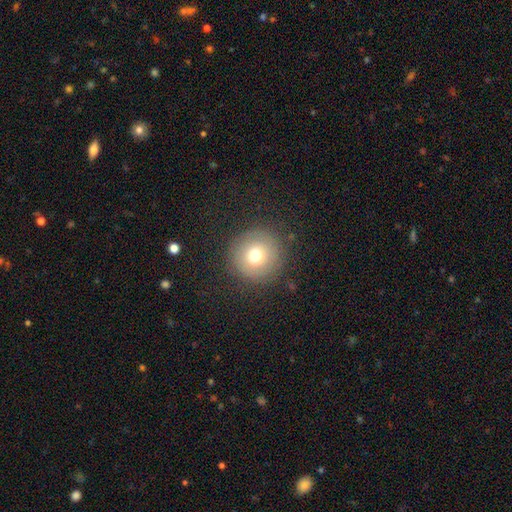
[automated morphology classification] smooth_or_featured: smooth (p=0.71) [alt: featured or disk p=0.16]
how_rounded: round (p=0.95) [alt: in between p=0.04]
merging: none (p=0.87) [alt: minor disturbance p=0.08]